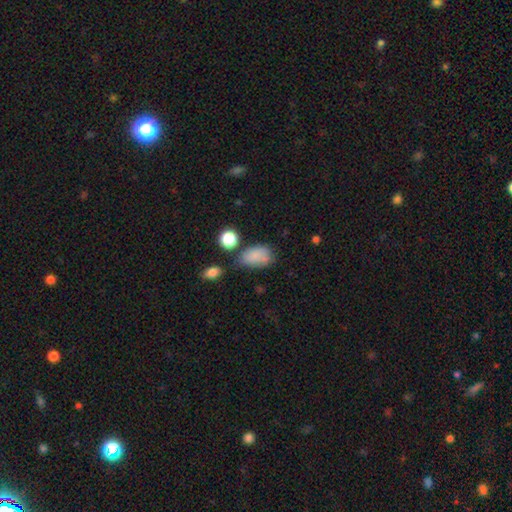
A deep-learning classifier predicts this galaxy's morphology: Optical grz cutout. It shows a smooth galaxy with no disk features (80%) that is in between round and cigar-shaped (86%). Merging: none (49%).